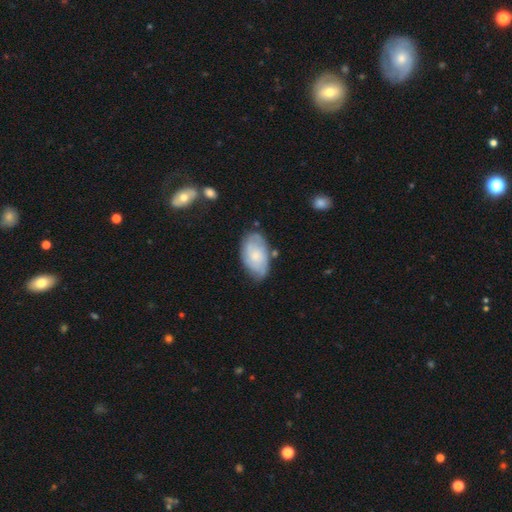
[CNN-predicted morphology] The model was most divided on "smooth or featured": smooth: 50%, featured or disk: 44%, star or artifact: 6%. More confident: merging — none (65%).